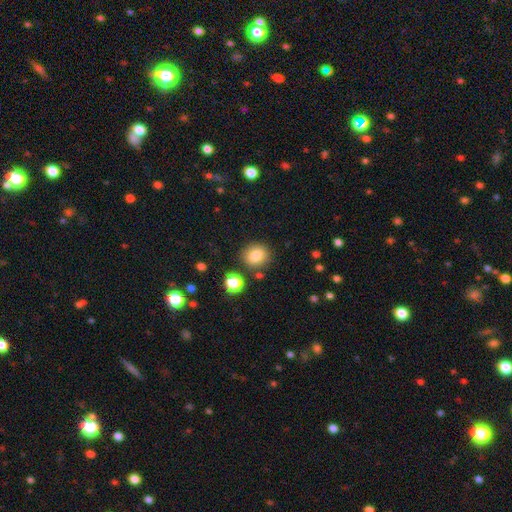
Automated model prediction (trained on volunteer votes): A smooth galaxy with no disk features (81%) that is round (78%). Merging: none (83%).